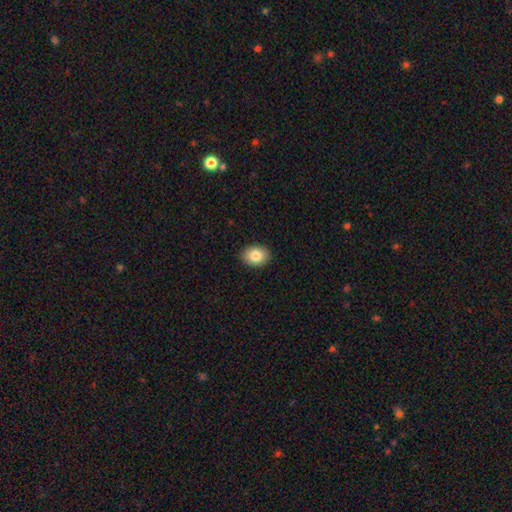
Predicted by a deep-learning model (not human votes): A smooth galaxy with no disk features (84%) that is in between round and cigar-shaped (70%). Merging: none (91%).